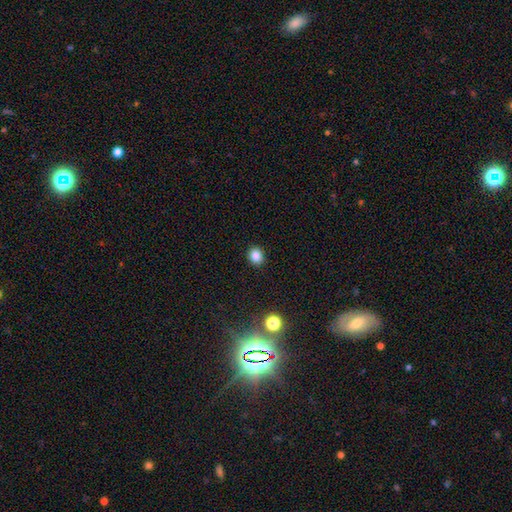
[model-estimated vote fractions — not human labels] Q: Smooth or featured?
A: smooth (84%); runner-up: star or artifact (12%)
Q: How rounded?
A: round (66%); runner-up: in between (33%)
Q: Merging?
A: none (90%); runner-up: minor disturbance (6%)